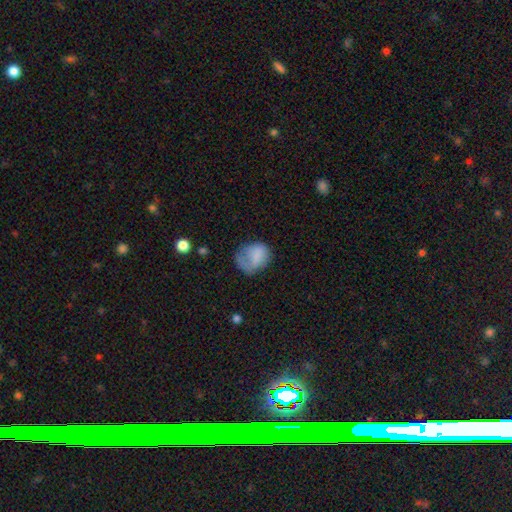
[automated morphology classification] Smooth or featured?
  - smooth: 76% *
  - featured or disk: 16%
  - star or artifact: 8%
How rounded?
  - round: 57% *
  - in between: 42%
  - cigar-shaped: 1%
Merging?
  - none: 41% *
  - minor disturbance: 30%
  - major disturbance: 27%
  - merger: 3%